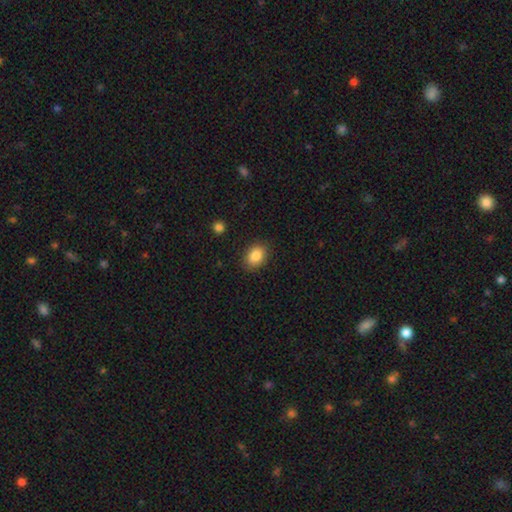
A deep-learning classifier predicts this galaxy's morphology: Smooth or featured: smooth — 87% (star or artifact — 8%)
How rounded: in between — 70% (round — 29%)
Merging: none — 86% (minor disturbance — 10%)